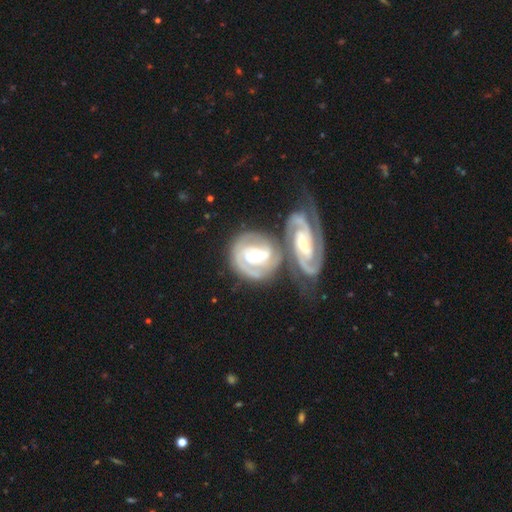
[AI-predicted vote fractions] Smooth or featured?
  - featured or disk: 82% *
  - smooth: 14%
  - star or artifact: 4%
Edge-on disk?
  - no: 96% *
  - yes: 4%
Bar?
  - weak: 41% *
  - no: 32%
  - strong: 28%
Spiral arms?
  - yes: 93% *
  - no: 7%
Spiral winding?
  - tight: 64% *
  - medium: 29%
  - loose: 7%
Spiral arm count?
  - 2: 58% *
  - can't tell: 18%
  - 3: 13%
  - 1: 6%
  - 4: 3%
  - more than 4: 3%
Bulge size?
  - moderate: 54% *
  - small: 37%
  - large: 6%
  - none: 1%
  - dominant: 1%
Merging?
  - merger: 55% *
  - none: 28%
  - minor disturbance: 11%
  - major disturbance: 7%